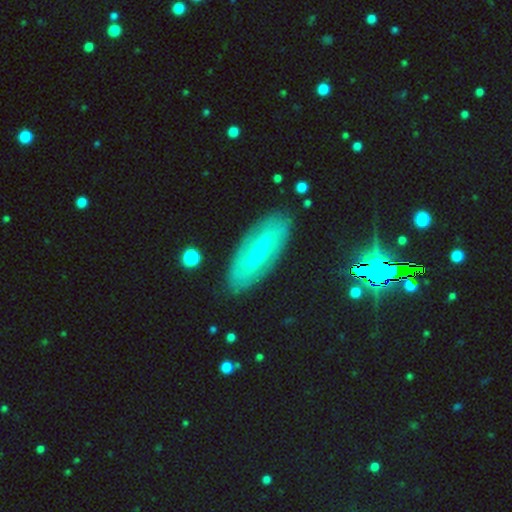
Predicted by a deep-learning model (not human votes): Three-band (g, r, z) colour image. It shows a featured or disk galaxy (55%). Merging: none (83%).